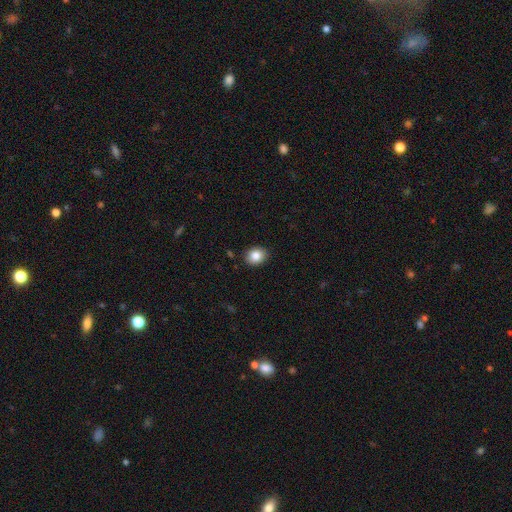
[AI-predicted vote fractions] smooth 84%, star or artifact 9%, featured or disk 7%. Down the decision tree: how rounded — round (55%); merging — none (89%).